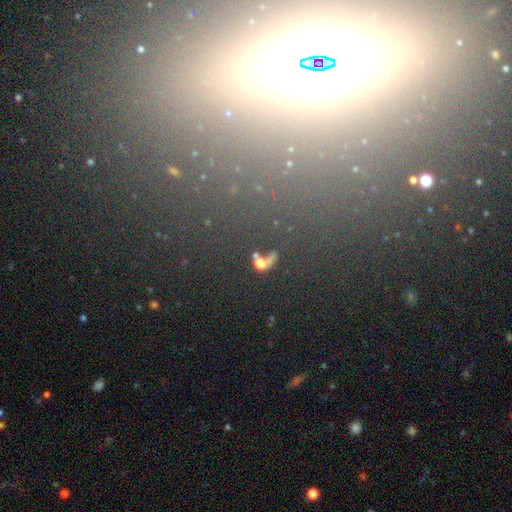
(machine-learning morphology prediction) Smooth or featured? Predicted: star or artifact (p=0.66).